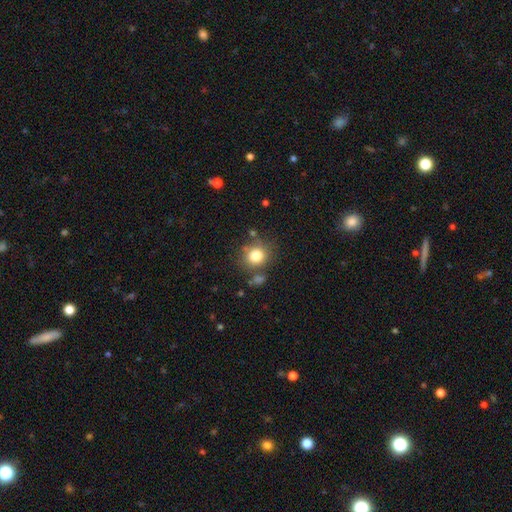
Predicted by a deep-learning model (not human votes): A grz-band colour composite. It shows a smooth galaxy with no disk features (80%) that is round (81%). Merging: none (72%).